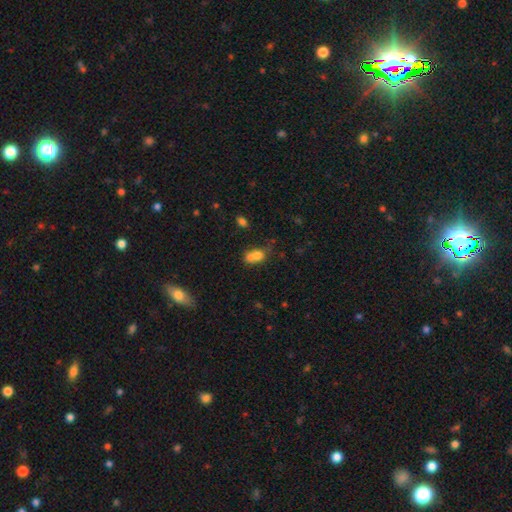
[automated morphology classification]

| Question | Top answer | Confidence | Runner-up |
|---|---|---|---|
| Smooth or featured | smooth | 71% | featured or disk (16%) |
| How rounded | round | 50% | in between (48%) |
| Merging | merger | 59% | none (25%) |